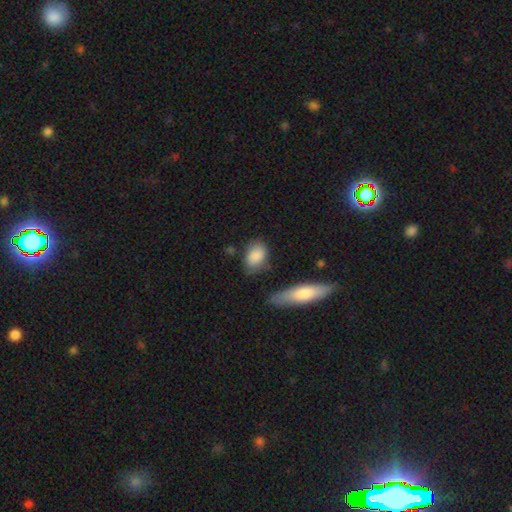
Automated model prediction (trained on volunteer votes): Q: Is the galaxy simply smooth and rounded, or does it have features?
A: smooth — 86%.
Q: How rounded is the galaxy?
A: in between — 82%.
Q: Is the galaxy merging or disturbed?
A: none — 66%.